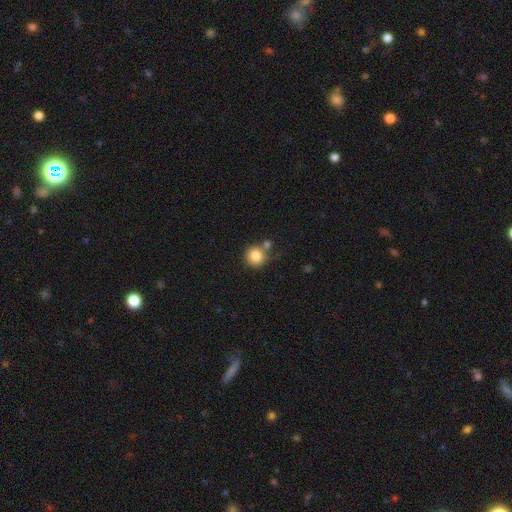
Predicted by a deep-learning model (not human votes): Overall: smooth (83%). How rounded: round (92%). Merging: none (66%).